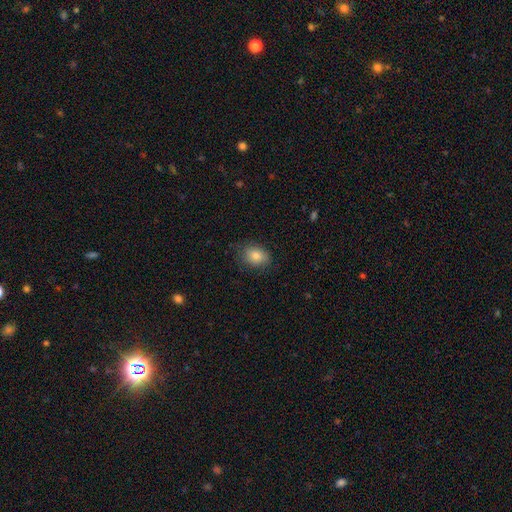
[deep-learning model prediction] smooth 83%, star or artifact 9%, featured or disk 8%. Down the decision tree: how rounded — in between (68%); merging — none (78%).